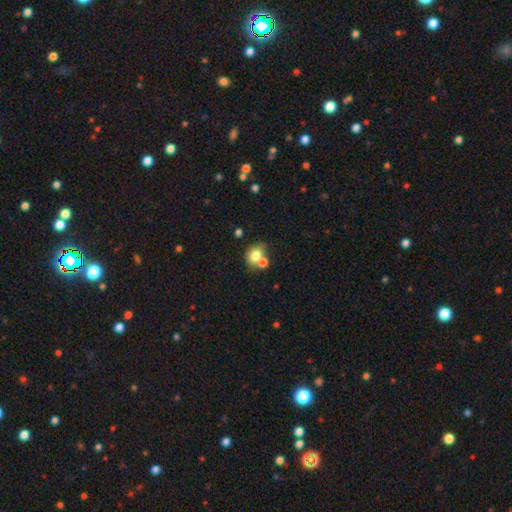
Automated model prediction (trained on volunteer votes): The model was most divided on "merging": merger: 44%, none: 40%, minor disturbance: 11%, major disturbance: 5%. More confident: smooth or featured — smooth (76%); how rounded — in between (53%).